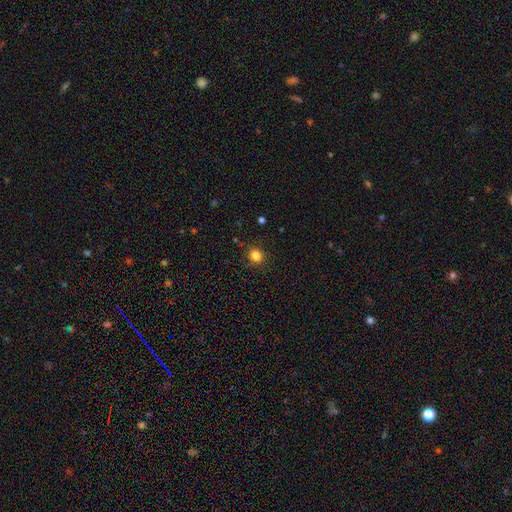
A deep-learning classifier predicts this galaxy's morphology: A smooth galaxy with no disk features (82%) that is round (87%).

Vote fractions:
- Smooth or featured? smooth: 82% / star or artifact: 13% / featured or disk: 5%
- How rounded? round: 87% / in between: 12% / cigar-shaped: 1%
- Merging? none: 88% / minor disturbance: 8% / major disturbance: 2% / merger: 1%